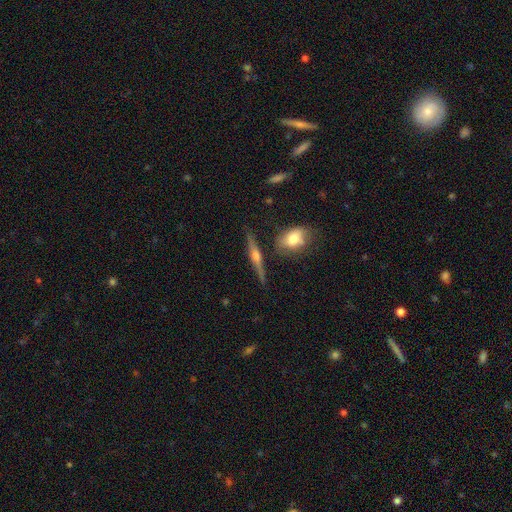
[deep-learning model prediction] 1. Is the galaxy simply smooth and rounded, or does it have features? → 72% featured or disk, 21% smooth, 7% star or artifact.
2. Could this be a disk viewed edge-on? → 96% yes, 4% no.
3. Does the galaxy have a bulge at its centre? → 87% rounded, 7% boxy, 5% none.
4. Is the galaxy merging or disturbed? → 81% none, 11% minor disturbance, 5% merger, 3% major disturbance.